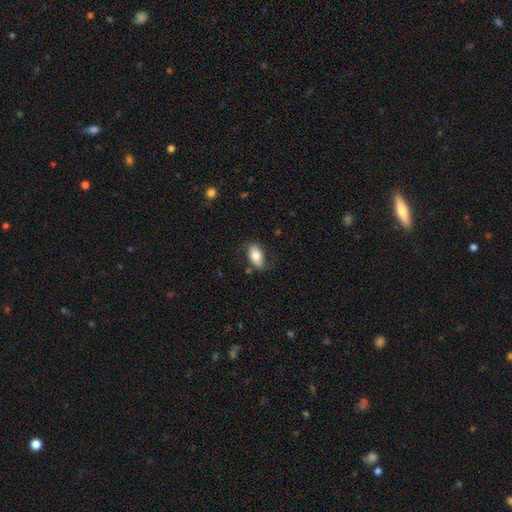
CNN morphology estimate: A smooth galaxy with no disk features (72%) that is in between round and cigar-shaped (91%). Merging: none (71%).